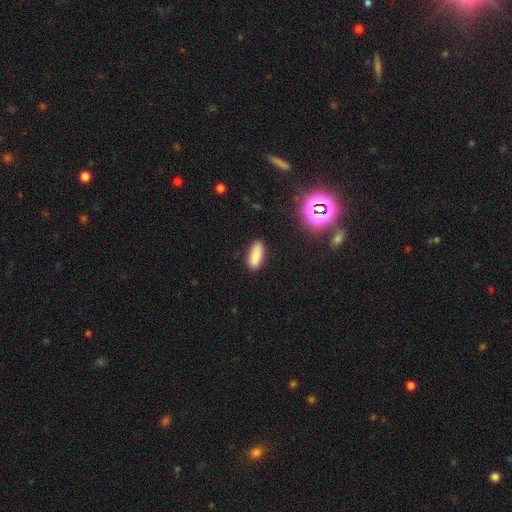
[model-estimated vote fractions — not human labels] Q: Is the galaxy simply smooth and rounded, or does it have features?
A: smooth — 86%.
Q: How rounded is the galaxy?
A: in between — 78%.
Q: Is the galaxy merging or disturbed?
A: none — 87%.